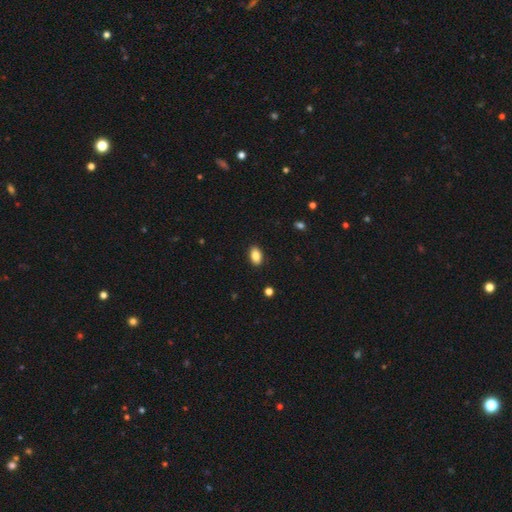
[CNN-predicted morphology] A smooth galaxy with no disk features (86%) that is in between round and cigar-shaped (91%).

Vote fractions:
- Smooth or featured? smooth: 86% / star or artifact: 8% / featured or disk: 6%
- How rounded? in between: 91% / round: 7% / cigar-shaped: 2%
- Merging? none: 90% / minor disturbance: 8% / major disturbance: 2% / merger: 1%